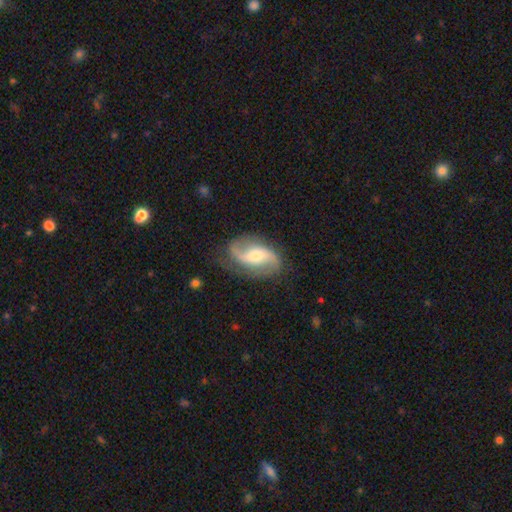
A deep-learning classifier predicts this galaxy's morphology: A featured or disk galaxy (84%) with a weak bar (44%), 2 (91%) loose (57%) spiral arms (96%) and a moderate central bulge (58%). Merging: none (75%).